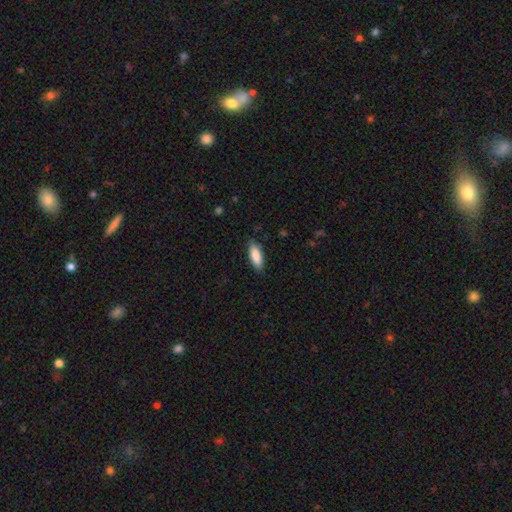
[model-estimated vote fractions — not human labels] Smooth or featured? Predicted: smooth (p=0.88). How rounded? Predicted: in between (p=0.69). Merging? Predicted: none (p=0.84).